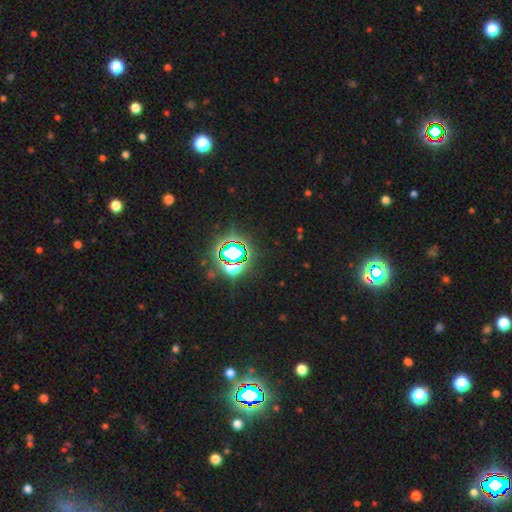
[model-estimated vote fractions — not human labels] The model was most divided on "smooth or featured": star or artifact: 82%, smooth: 12%, featured or disk: 6%.